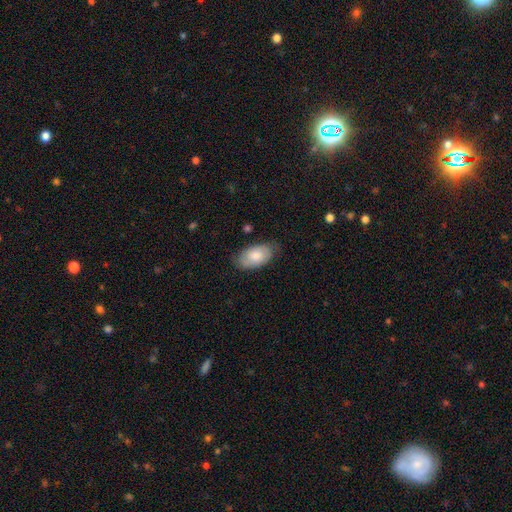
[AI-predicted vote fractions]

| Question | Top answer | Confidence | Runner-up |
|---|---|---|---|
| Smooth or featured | smooth | 70% | featured or disk (24%) |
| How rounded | in between | 94% | round (4%) |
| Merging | none | 73% | minor disturbance (21%) |